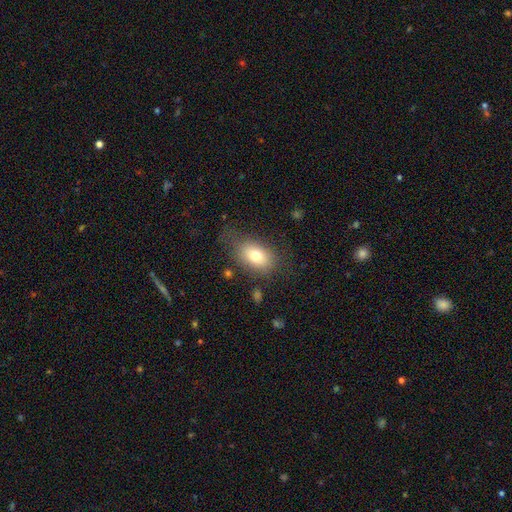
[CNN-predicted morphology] A smooth galaxy with no disk features (75%) that is in between round and cigar-shaped (84%).

Vote fractions:
- Smooth or featured? smooth: 75% / featured or disk: 15% / star or artifact: 9%
- How rounded? in between: 84% / round: 14% / cigar-shaped: 2%
- Merging? none: 67% / minor disturbance: 20% / major disturbance: 10% / merger: 2%